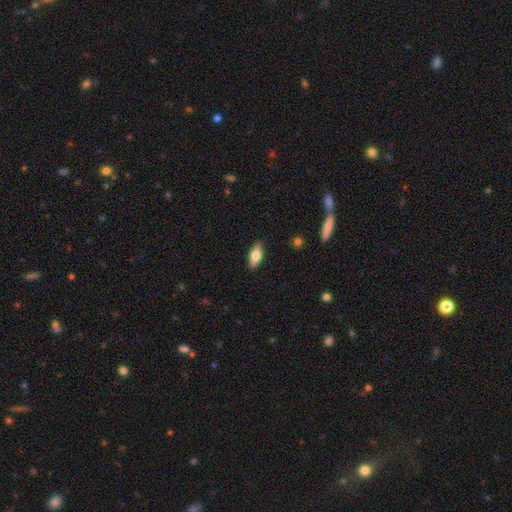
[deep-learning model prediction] Q: Smooth or featured?
A: smooth (71%); runner-up: featured or disk (22%)
Q: How rounded?
A: in between (81%); runner-up: cigar-shaped (16%)
Q: Merging?
A: none (89%); runner-up: minor disturbance (8%)